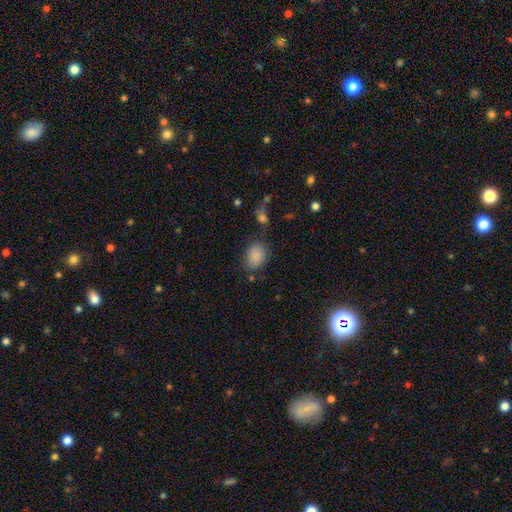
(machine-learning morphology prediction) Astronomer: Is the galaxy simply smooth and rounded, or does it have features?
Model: smooth — 86%.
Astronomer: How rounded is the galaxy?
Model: in between — 75%.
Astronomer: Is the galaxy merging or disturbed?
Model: none — 72%.